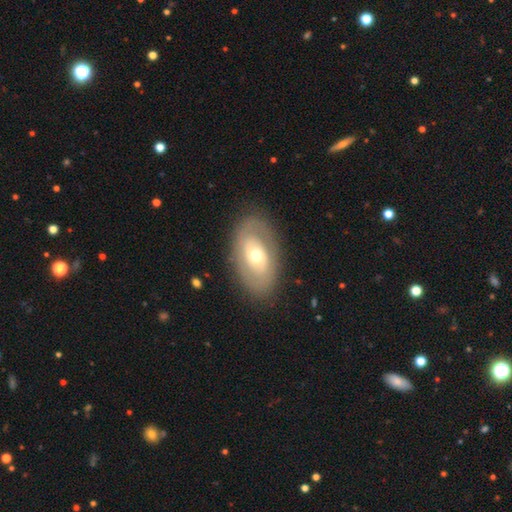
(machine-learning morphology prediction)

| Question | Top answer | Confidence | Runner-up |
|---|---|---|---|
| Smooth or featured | featured or disk | 53% | smooth (40%) |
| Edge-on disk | no | 90% | yes (10%) |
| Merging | none | 82% | minor disturbance (12%) |